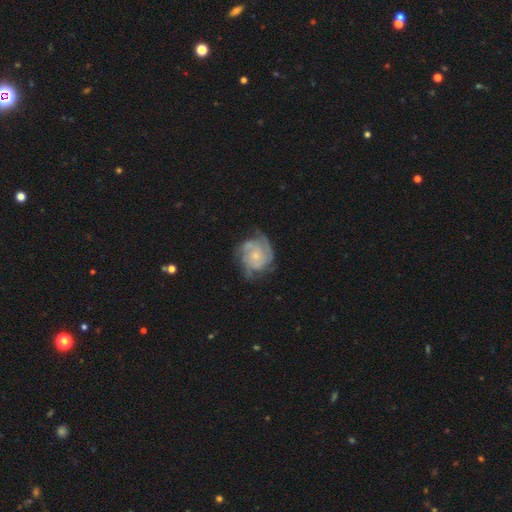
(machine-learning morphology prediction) This is clearly a featured or disk galaxy (81%). It is clearly not viewed edge-on (98%). Bar: likely no (79%). Spiral arm pattern: clearly yes (94%). Spiral arm count: marginally 3 (33%). Spiral winding: possibly tight (58%). Central bulge: likely small (66%). Merging: likely none (64%).